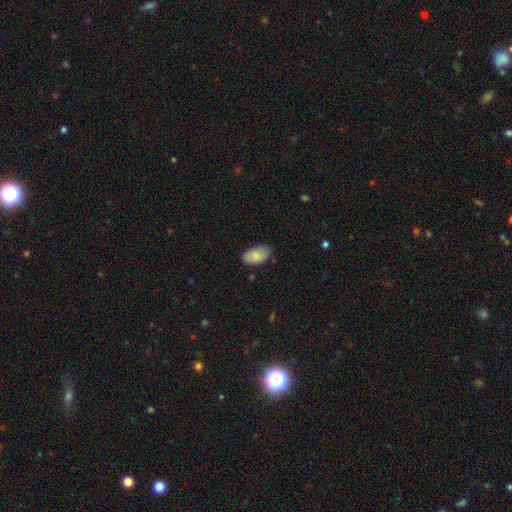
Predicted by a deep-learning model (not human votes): A smooth galaxy with no disk features (84%) that is in between round and cigar-shaped (94%).

Vote fractions:
- Smooth or featured? smooth: 84% / featured or disk: 10% / star or artifact: 7%
- How rounded? in between: 94% / round: 5% / cigar-shaped: 1%
- Merging? none: 78% / minor disturbance: 18% / major disturbance: 3% / merger: 1%